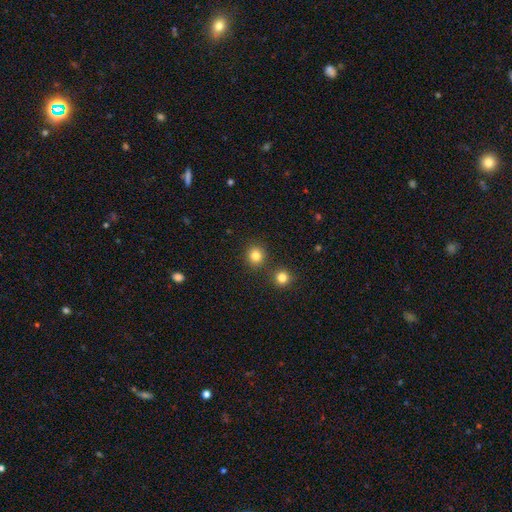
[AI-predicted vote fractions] Smooth or featured: smooth — 82% (star or artifact — 13%)
How rounded: round — 91% (in between — 9%)
Merging: none — 85% (merger — 7%)